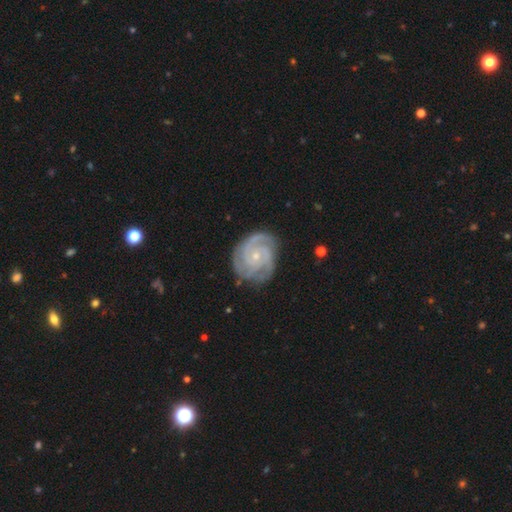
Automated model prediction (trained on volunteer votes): Smooth or featured: featured or disk — 92% (smooth — 4%)
Edge-on disk: no — 98% (yes — 2%)
Bar: no — 73% (weak — 22%)
Spiral arms: yes — 98% (no — 2%)
Spiral winding: tight — 71% (medium — 26%)
Spiral arm count: 3 — 50% (2 — 22%)
Bulge size: small — 74% (moderate — 22%)
Merging: none — 79% (minor disturbance — 16%)